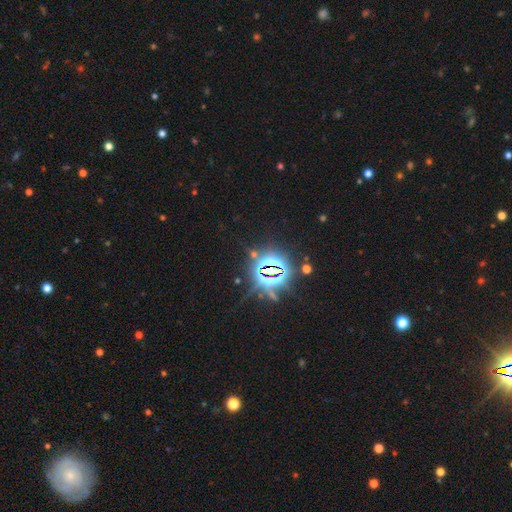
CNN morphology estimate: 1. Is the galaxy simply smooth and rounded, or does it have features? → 85% star or artifact, 8% smooth, 7% featured or disk.